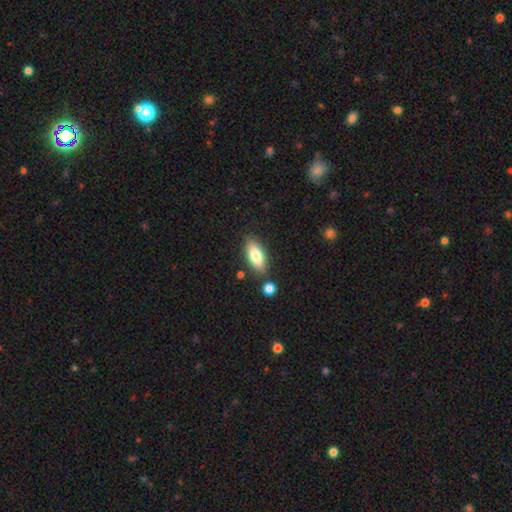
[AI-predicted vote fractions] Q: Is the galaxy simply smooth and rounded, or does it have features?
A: smooth — 75%.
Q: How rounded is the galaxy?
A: in between — 76%.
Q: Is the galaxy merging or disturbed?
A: none — 80%.